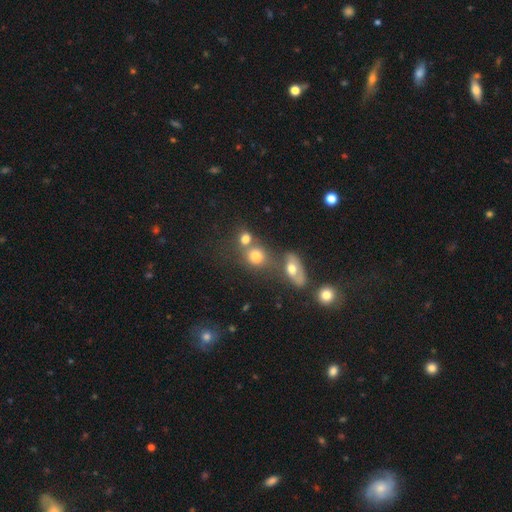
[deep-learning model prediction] This is likely a smooth galaxy (70%). How rounded: likely round (68%). Merging: marginally none (42%).